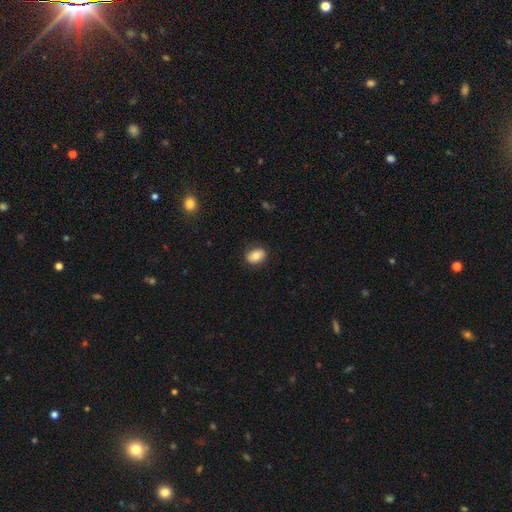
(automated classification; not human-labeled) The model was most divided on "how rounded": in between: 75%, round: 23%, cigar-shaped: 1%. More confident: merging — none (84%); smooth or featured — smooth (80%).